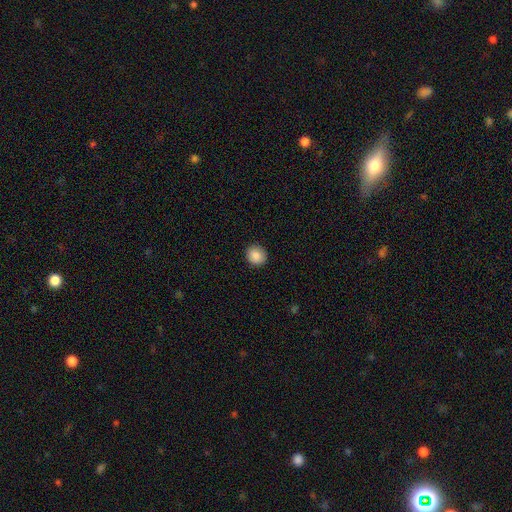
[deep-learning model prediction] A smooth galaxy with no disk features (88%) that is round (86%). Merging: none (91%).